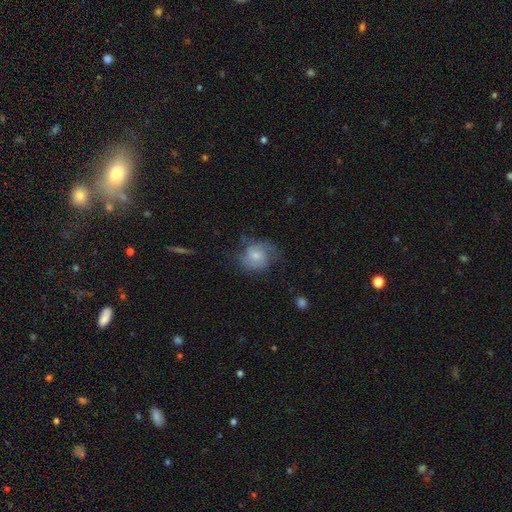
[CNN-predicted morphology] A featured or disk galaxy (56%) with no bar (58%), spiral arms (87%) and a moderate central bulge (43%). Merging: none (56%).